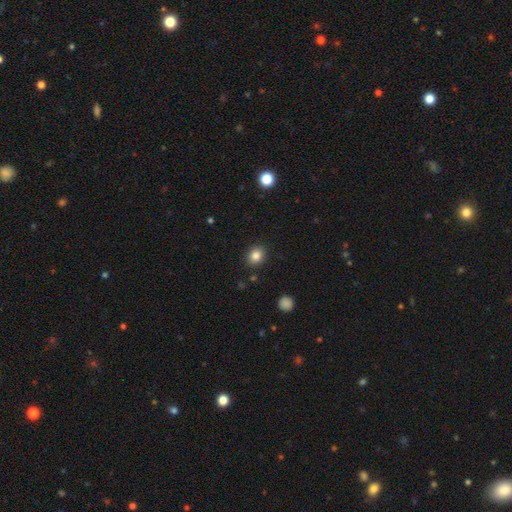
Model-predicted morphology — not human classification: A smooth galaxy with no disk features (84%) that is round (63%).

Vote fractions:
- Smooth or featured? smooth: 84% / star or artifact: 10% / featured or disk: 5%
- How rounded? round: 63% / in between: 36% / cigar-shaped: 1%
- Merging? none: 89% / minor disturbance: 8% / major disturbance: 2% / merger: 1%